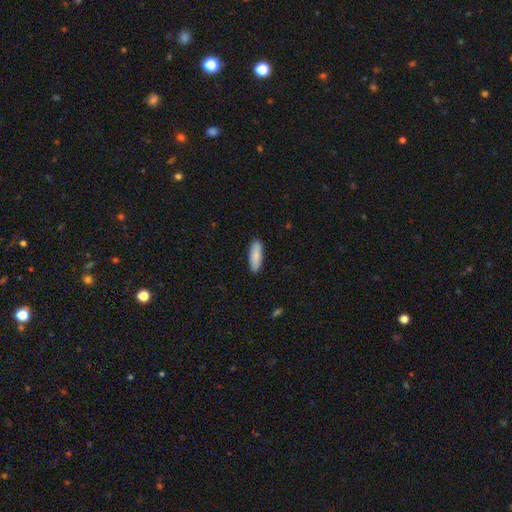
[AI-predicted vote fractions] This appears to be a smooth galaxy with no disk features (86%) that is in between round and cigar-shaped (49%, tied with cigar-shaped). Merging: none (88%).